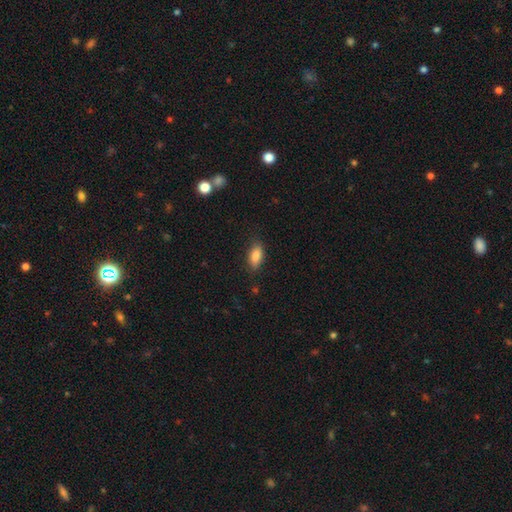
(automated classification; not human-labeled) smooth 86%, star or artifact 8%, featured or disk 6%. Down the decision tree: how rounded — in between (87%); merging — none (81%).